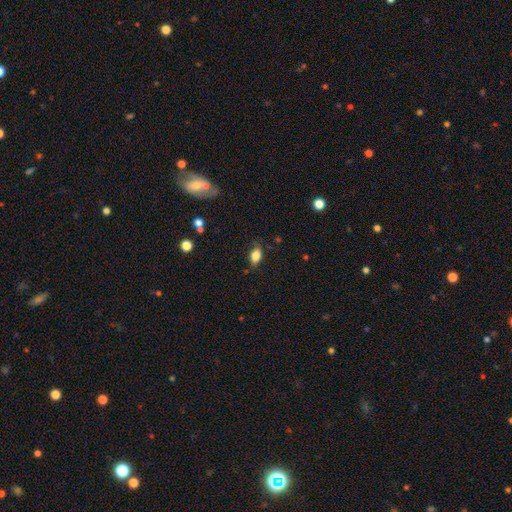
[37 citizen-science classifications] Overall: smooth (78%). How rounded: in between (83%). Merging: none (69%).